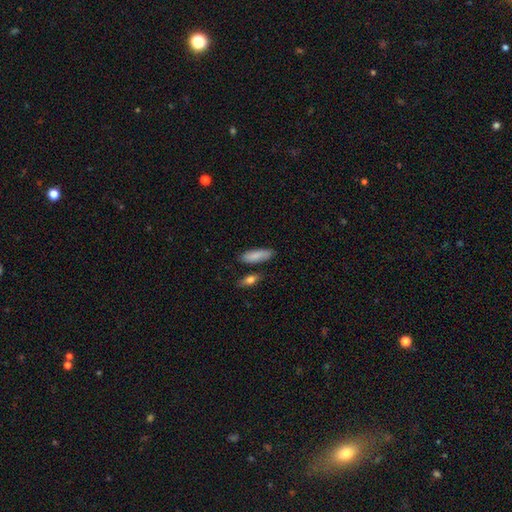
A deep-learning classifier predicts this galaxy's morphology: This is clearly a smooth galaxy (85%). How rounded: possibly in between (50%). Merging: likely none (80%).